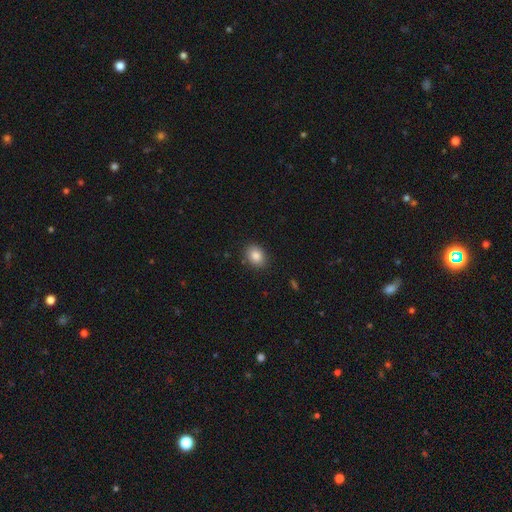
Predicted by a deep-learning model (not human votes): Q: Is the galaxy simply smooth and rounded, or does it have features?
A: smooth — 86%.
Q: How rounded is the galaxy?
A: in between — 54%.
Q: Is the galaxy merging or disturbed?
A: none — 86%.